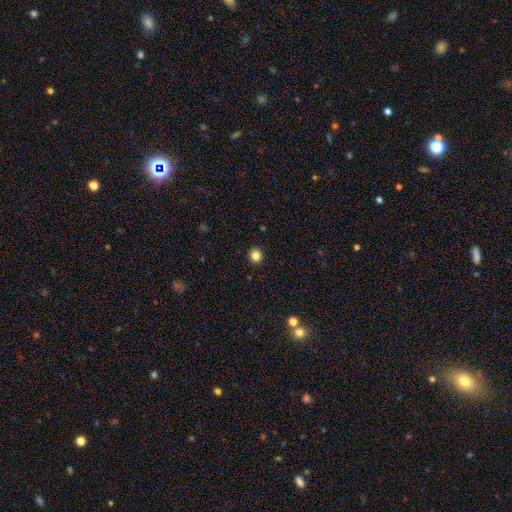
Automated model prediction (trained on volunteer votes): This is clearly a smooth galaxy (83%). How rounded: clearly round (92%). Merging: clearly none (93%).